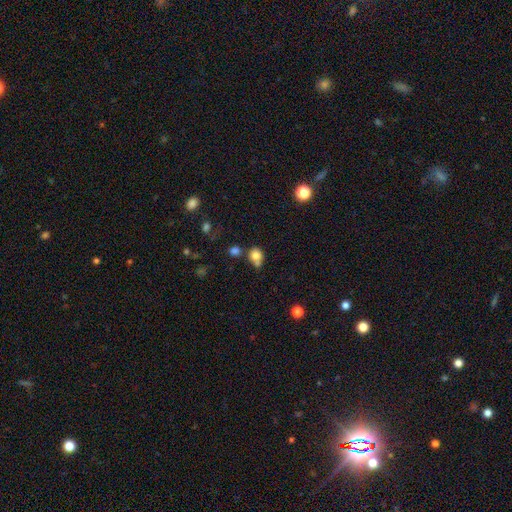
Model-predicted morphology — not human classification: Smooth or featured: smooth — 79% (star or artifact — 12%)
How rounded: round — 76% (in between — 23%)
Merging: none — 49% (merger — 26%)